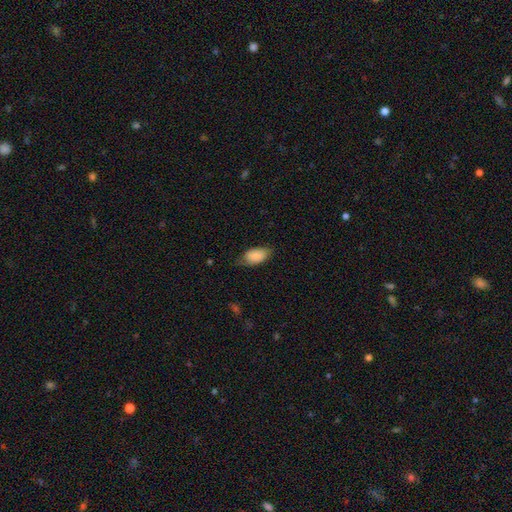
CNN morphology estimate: This appears to be a smooth galaxy with no disk features (86%) that is in between round and cigar-shaped (93%). Merging: none (64%).